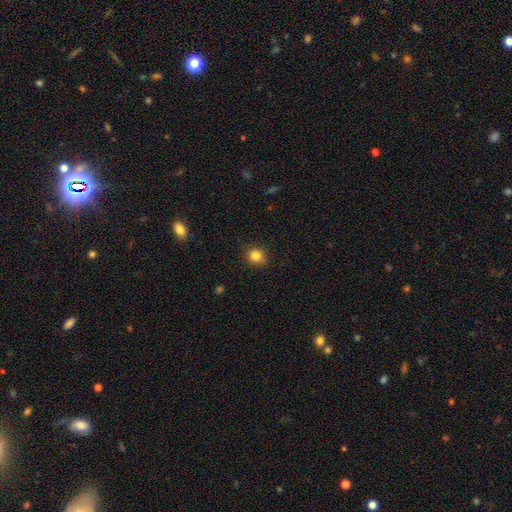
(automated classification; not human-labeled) Smooth or featured: smooth — 83% (star or artifact — 12%)
How rounded: round — 87% (in between — 12%)
Merging: none — 84% (minor disturbance — 12%)